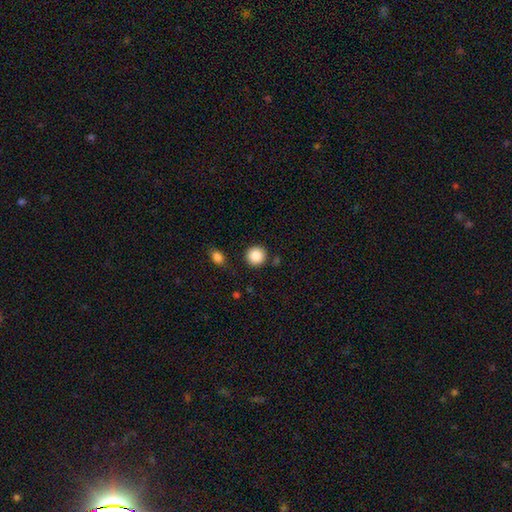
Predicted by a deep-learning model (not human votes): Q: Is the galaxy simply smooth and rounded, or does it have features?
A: smooth — 88%.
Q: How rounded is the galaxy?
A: round — 93%.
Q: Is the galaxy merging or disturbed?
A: none — 87%.